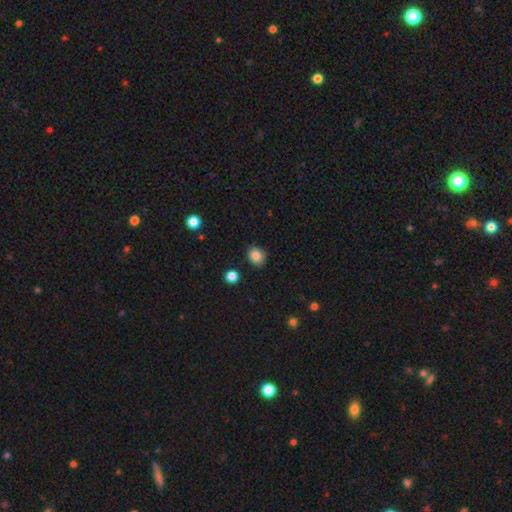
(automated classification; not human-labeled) Smooth or featured: smooth — 86% (star or artifact — 10%)
How rounded: round — 69% (in between — 30%)
Merging: none — 85% (minor disturbance — 11%)